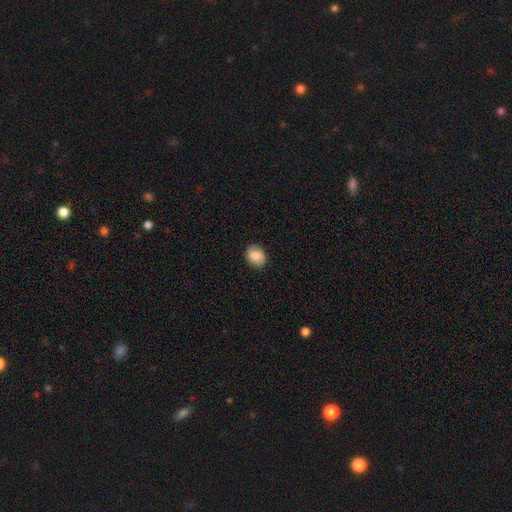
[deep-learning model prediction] Smooth or featured: smooth — 85% (featured or disk — 8%)
How rounded: in between — 66% (round — 33%)
Merging: none — 86% (minor disturbance — 11%)